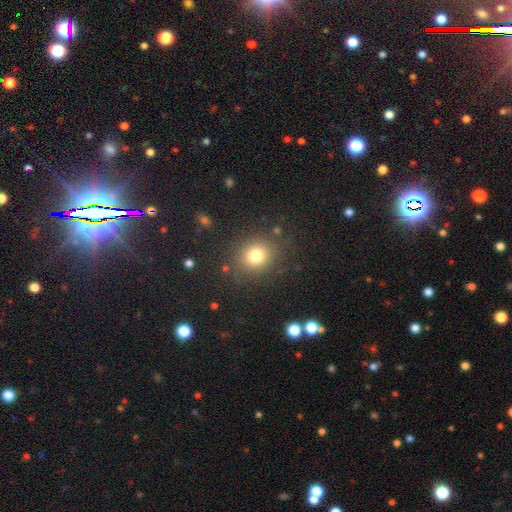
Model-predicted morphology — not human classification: A smooth galaxy with no disk features (78%) that is round (77%).

Vote fractions:
- Smooth or featured? smooth: 78% / star or artifact: 14% / featured or disk: 8%
- How rounded? round: 77% / in between: 22% / cigar-shaped: 1%
- Merging? none: 84% / minor disturbance: 9% / major disturbance: 4% / merger: 2%